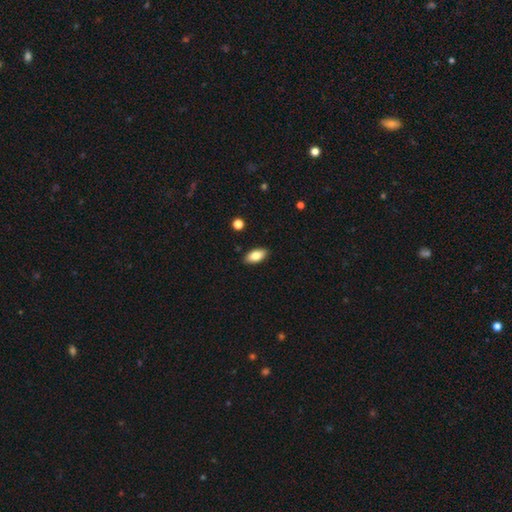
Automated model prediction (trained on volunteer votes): Smooth or featured? smooth (82%)
How rounded? in between (91%)
Merging? none (89%)